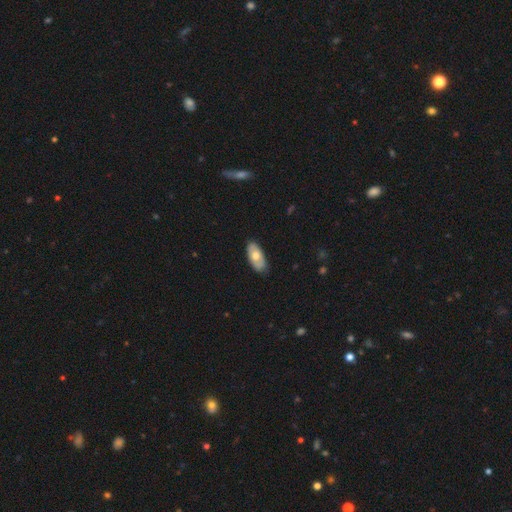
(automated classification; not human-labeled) Smooth or featured? smooth (59%)
How rounded? in between (93%)
Merging? none (83%)